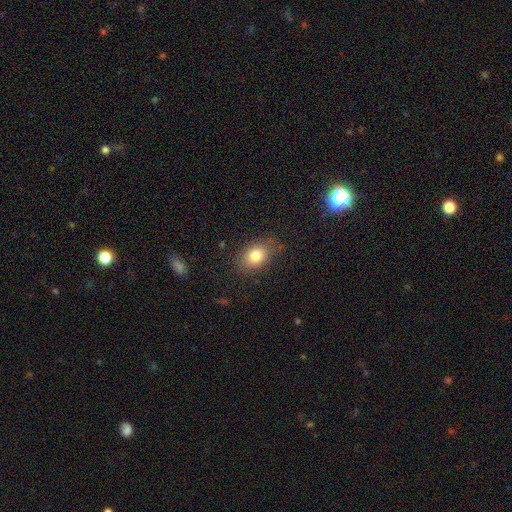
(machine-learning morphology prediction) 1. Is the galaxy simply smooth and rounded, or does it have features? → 81% smooth, 10% featured or disk, 9% star or artifact.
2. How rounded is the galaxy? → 73% in between, 25% round, 1% cigar-shaped.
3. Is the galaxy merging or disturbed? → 78% none, 16% minor disturbance, 4% major disturbance, 1% merger.